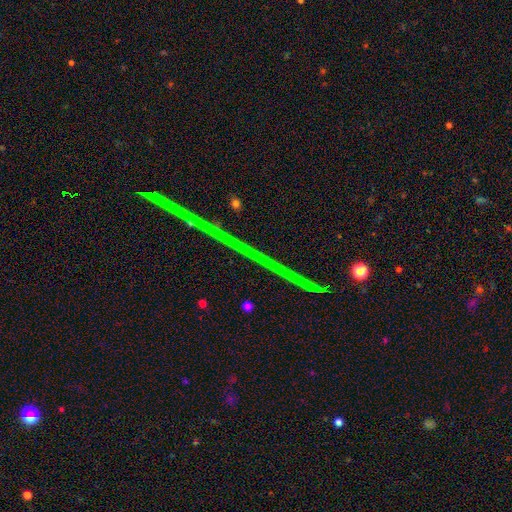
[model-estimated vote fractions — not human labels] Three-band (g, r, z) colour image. It shows a star or artifact, not a galaxy (81%).